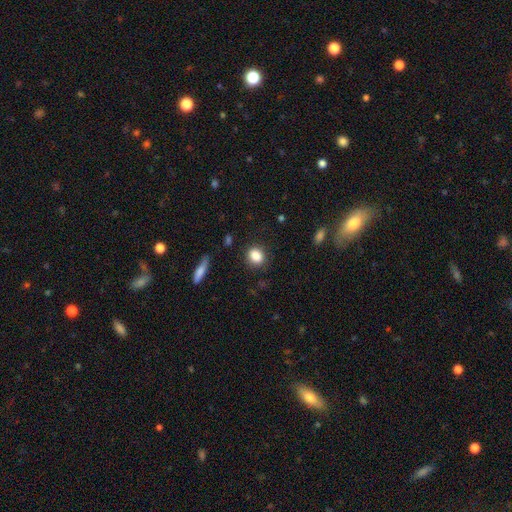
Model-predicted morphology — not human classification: Overall: smooth (86%). How rounded: round (58%; in between 40%). Merging: none (84%).